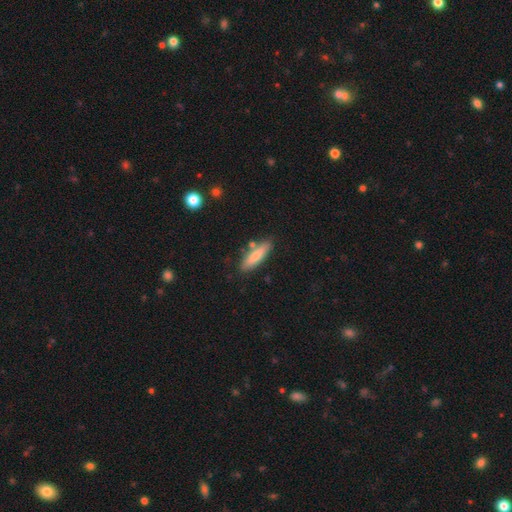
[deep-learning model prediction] A smooth galaxy with no disk features (77%) that is cigar-shaped (67%).

Vote fractions:
- Smooth or featured? smooth: 77% / featured or disk: 17% / star or artifact: 6%
- How rounded? cigar-shaped: 67% / in between: 32% / round: 2%
- Merging? none: 80% / minor disturbance: 12% / merger: 6% / major disturbance: 2%